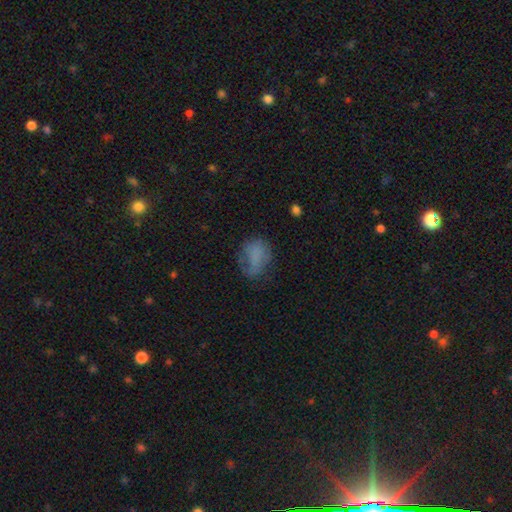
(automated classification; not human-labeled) smooth 62%, featured or disk 26%, star or artifact 12%. Down the decision tree: how rounded — in between (66%); merging — none (45%).